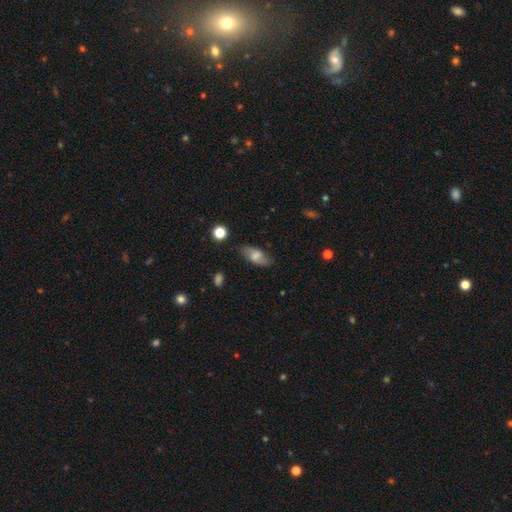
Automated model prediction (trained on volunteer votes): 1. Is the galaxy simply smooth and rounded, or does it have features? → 55% smooth, 36% featured or disk, 8% star or artifact.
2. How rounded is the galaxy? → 86% in between, 10% cigar-shaped, 4% round.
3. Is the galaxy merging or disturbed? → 79% none, 15% minor disturbance, 4% major disturbance, 2% merger.